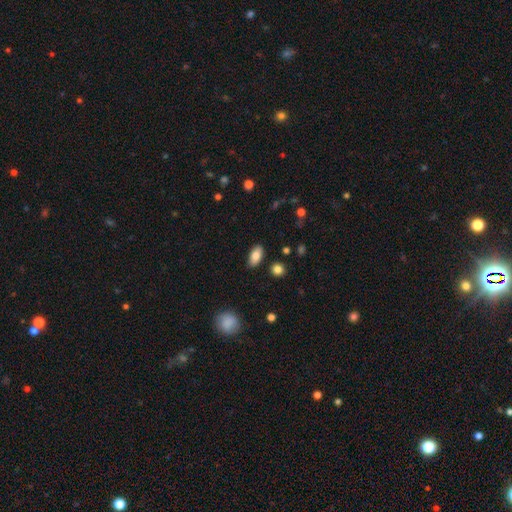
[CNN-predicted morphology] Overall: smooth (83%). How rounded: in between (91%). Merging: none (86%).